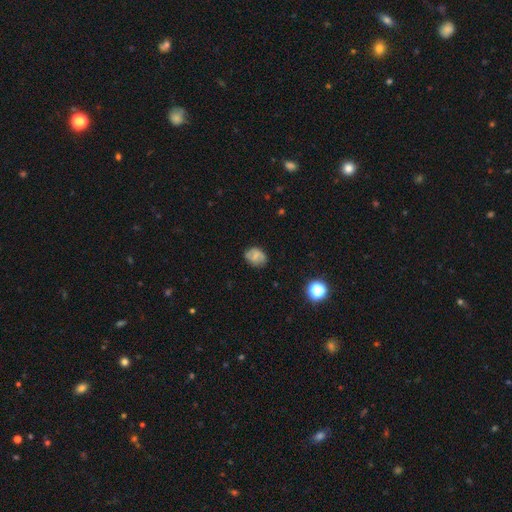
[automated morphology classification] smooth_or_featured: smooth (p=0.61) [alt: featured or disk p=0.28]
how_rounded: in between (p=0.59) [alt: round p=0.40]
merging: none (p=0.74) [alt: minor disturbance p=0.19]